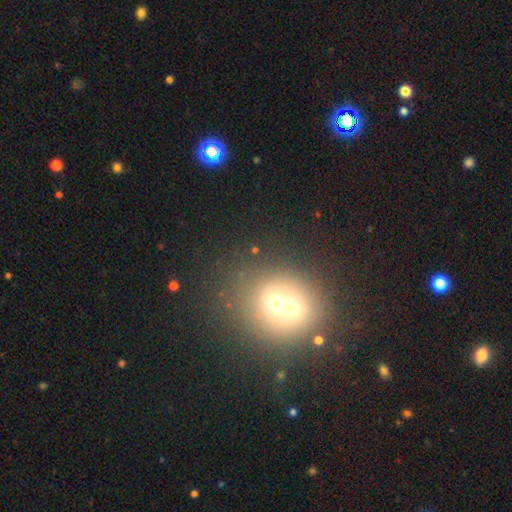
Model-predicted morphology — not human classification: Smooth or featured?
  - smooth: 54% *
  - featured or disk: 27%
  - star or artifact: 19%
How rounded?
  - round: 74% *
  - in between: 25%
  - cigar-shaped: 1%
Merging?
  - merger: 66% *
  - none: 25%
  - minor disturbance: 6%
  - major disturbance: 3%